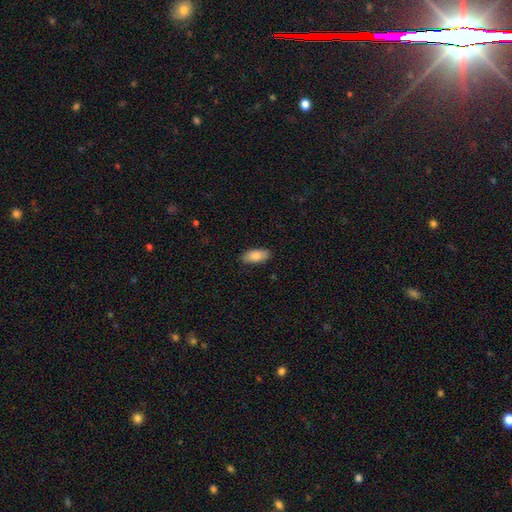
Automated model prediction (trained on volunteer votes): Smooth or featured? smooth (87%)
How rounded? in between (88%)
Merging? none (88%)